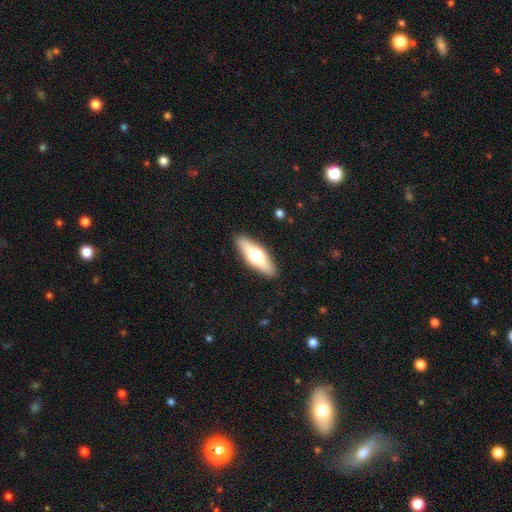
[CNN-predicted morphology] smooth_or_featured: smooth (p=0.51) [alt: featured or disk p=0.43]
how_rounded: in between (p=0.52) [alt: cigar-shaped p=0.46]
merging: none (p=0.89) [alt: minor disturbance p=0.08]